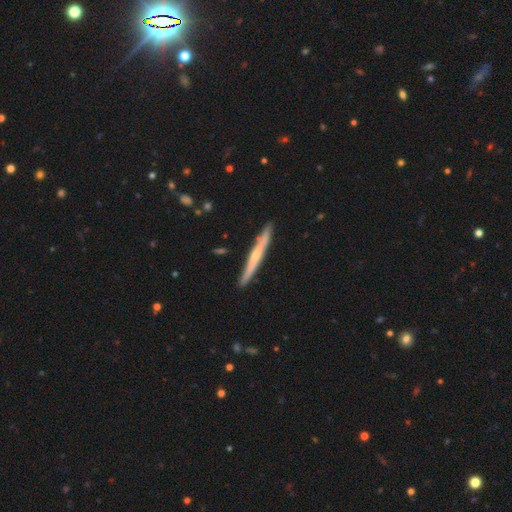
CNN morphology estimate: Smooth or featured: featured or disk — 57% (smooth — 37%)
Edge-on disk: yes — 95% (no — 5%)
Edge-on bulge: rounded — 50% (none — 45%)
Merging: none — 88% (minor disturbance — 9%)